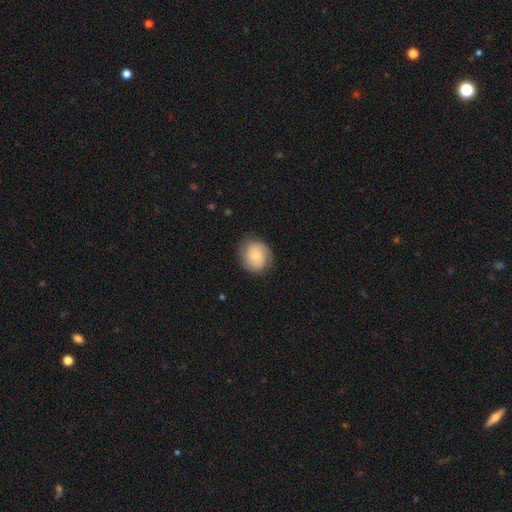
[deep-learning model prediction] Q: Smooth or featured?
A: smooth (51%); runner-up: featured or disk (42%)
Q: How rounded?
A: round (78%); runner-up: in between (21%)
Q: Merging?
A: none (81%); runner-up: minor disturbance (14%)